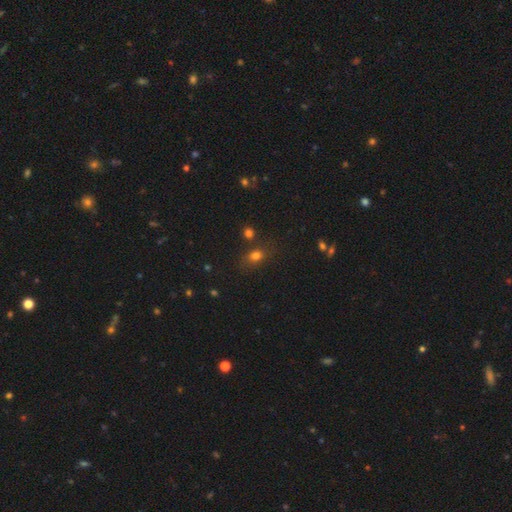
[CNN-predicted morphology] A smooth galaxy with no disk features (74%) that is in between round and cigar-shaped (55%). Merging: none (69%).